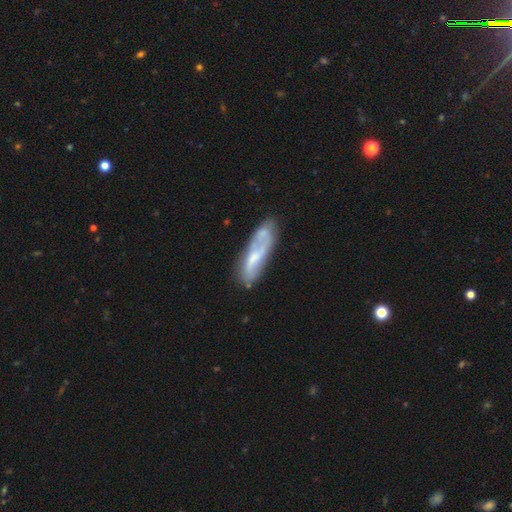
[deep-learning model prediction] Morphology: type=featured or disk (55%); edge-on=no (78%); merging=none (59%).